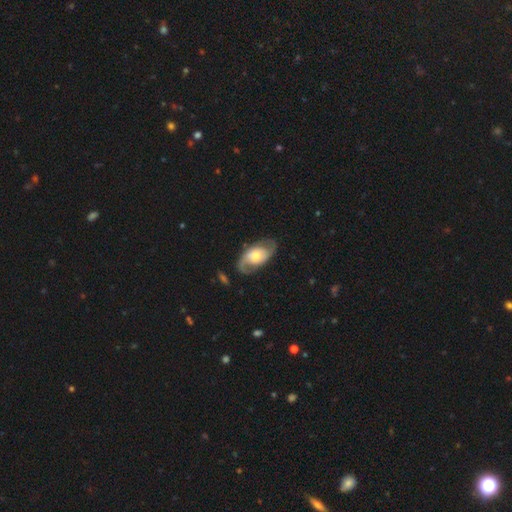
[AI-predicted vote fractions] featured or disk 74%, smooth 21%, star or artifact 5%. Down the decision tree: edge-on disk — no (95%); bar — no (68%); spiral arms — yes (86%); spiral arm count — 2 (82%); spiral winding — medium (44%); bulge size — moderate (61%); merging — none (72%).